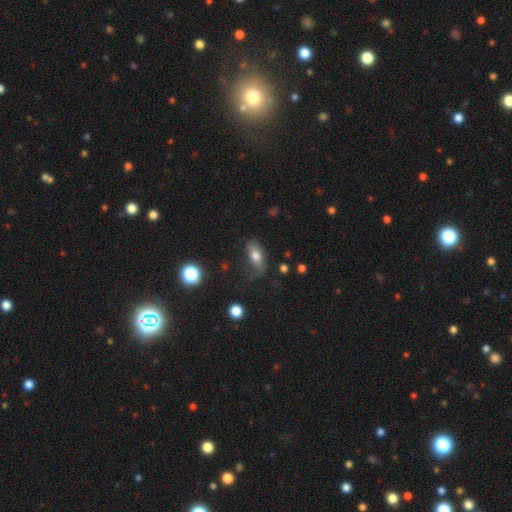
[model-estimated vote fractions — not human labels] A smooth galaxy with no disk features (68%) that is in between round and cigar-shaped (79%).

Vote fractions:
- Smooth or featured? smooth: 68% / featured or disk: 22% / star or artifact: 9%
- How rounded? in between: 79% / cigar-shaped: 15% / round: 6%
- Merging? none: 62% / minor disturbance: 25% / major disturbance: 11% / merger: 2%